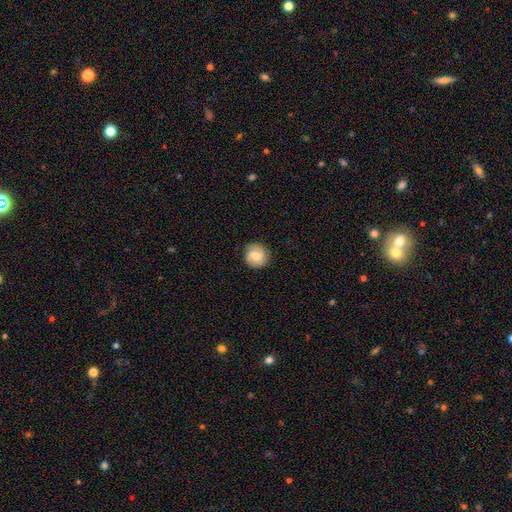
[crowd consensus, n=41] featured or disk 63%, smooth 32%, star or artifact 5%. Down the decision tree: edge-on disk — no (100%); bar — weak (65%); spiral arms — yes (88%); spiral arm count — 2 (74%); spiral winding — medium (48%); bulge size — moderate (46%); merging — none (90%).